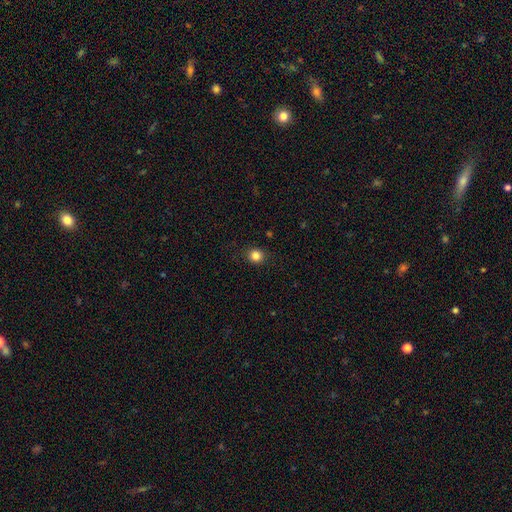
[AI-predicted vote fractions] Overall: smooth (84%). How rounded: round (85%). Merging: none (90%).